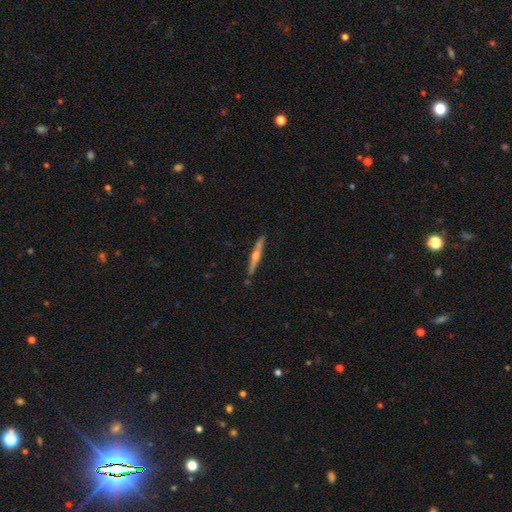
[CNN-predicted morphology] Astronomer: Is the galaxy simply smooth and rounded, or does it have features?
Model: featured or disk — 75%.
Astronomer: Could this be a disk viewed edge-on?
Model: yes — 98%.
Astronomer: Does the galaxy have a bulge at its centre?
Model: rounded — 89%.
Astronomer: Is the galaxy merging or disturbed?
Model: none — 89%.